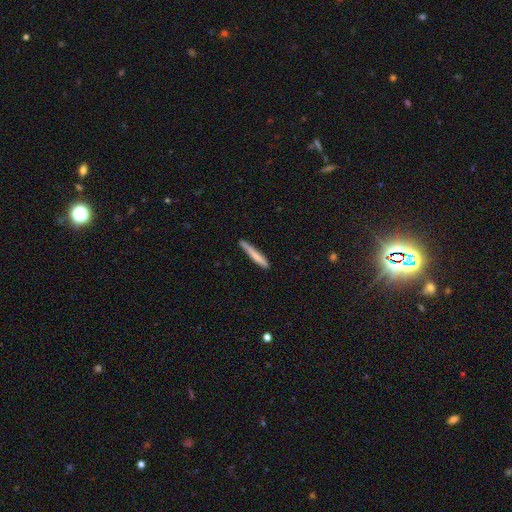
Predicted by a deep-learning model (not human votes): Smooth or featured? smooth (74%)
How rounded? cigar-shaped (96%)
Merging? none (81%)